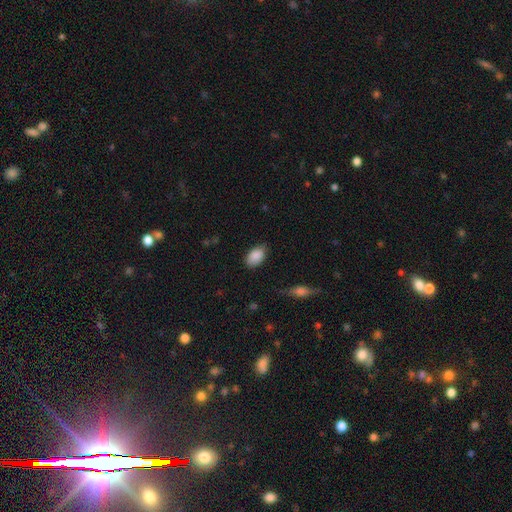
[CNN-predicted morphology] This appears to be a smooth galaxy with no disk features (87%) that is in between round and cigar-shaped (91%). Merging: none (75%).